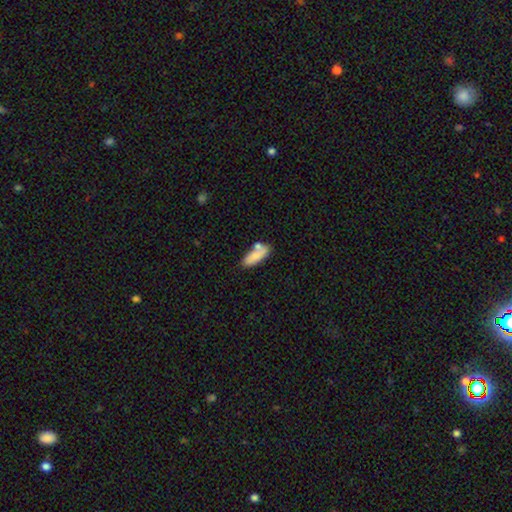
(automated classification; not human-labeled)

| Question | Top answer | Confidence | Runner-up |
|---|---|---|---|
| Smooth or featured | smooth | 78% | featured or disk (15%) |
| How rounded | in between | 70% | cigar-shaped (27%) |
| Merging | none | 54% | merger (23%) |